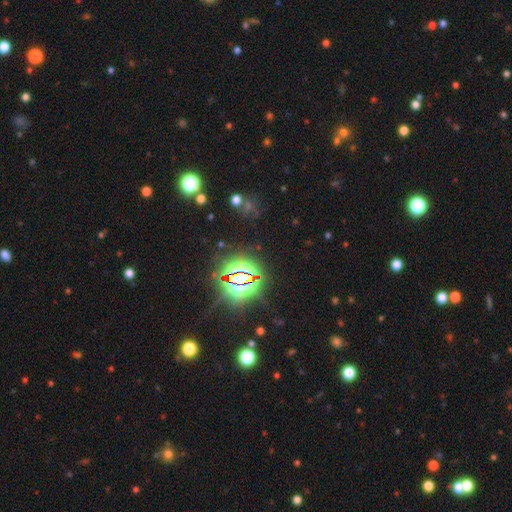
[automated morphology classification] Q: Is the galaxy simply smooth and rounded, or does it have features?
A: star or artifact — 83%.